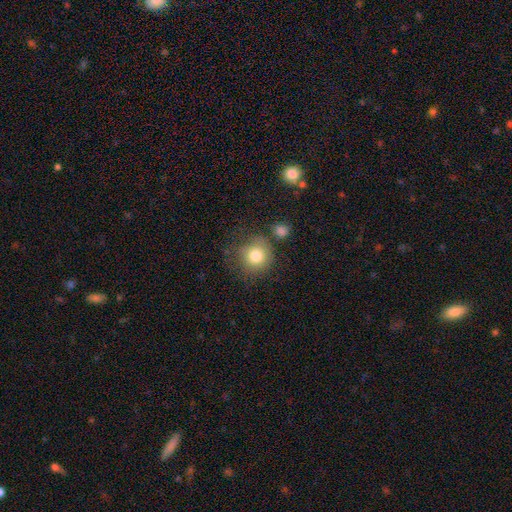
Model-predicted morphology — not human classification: Smooth or featured: smooth — 80% (featured or disk — 10%)
How rounded: round — 90% (in between — 9%)
Merging: none — 70% (minor disturbance — 16%)